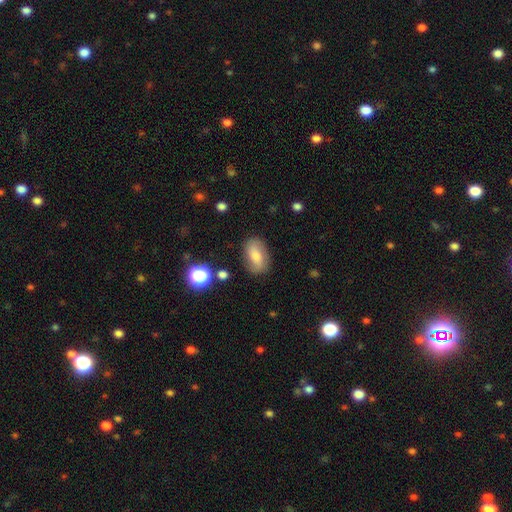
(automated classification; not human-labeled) smooth-or-featured: smooth: 67% | featured or disk: 23% | star or artifact: 9%
  how-rounded: in between: 87% | round: 10% | cigar-shaped: 4%
  merging: none: 78% | minor disturbance: 15% | major disturbance: 4% | merger: 2%